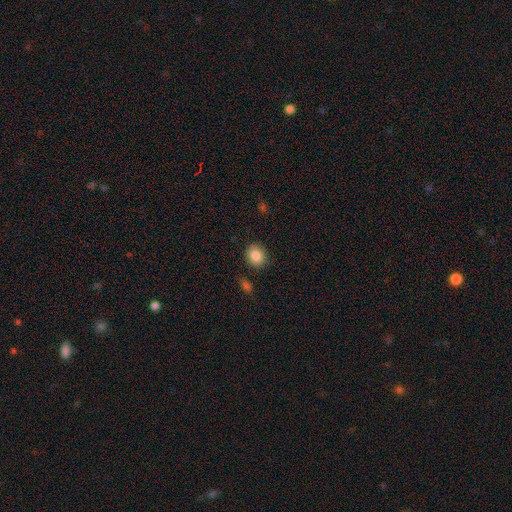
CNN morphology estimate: This appears to be a smooth galaxy with no disk features (85%) that is round (71%). Merging: none (85%).